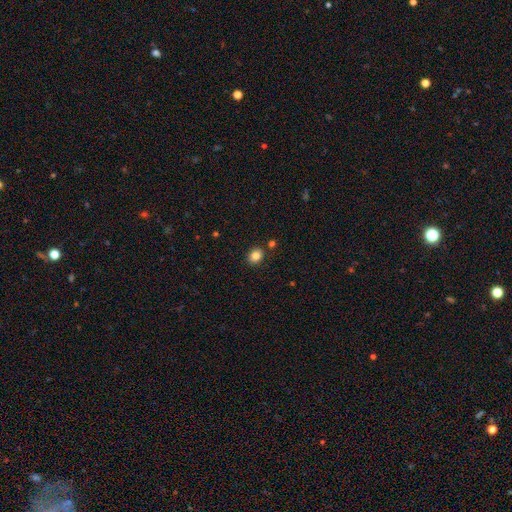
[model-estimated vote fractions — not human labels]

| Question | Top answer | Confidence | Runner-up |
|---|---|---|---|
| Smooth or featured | smooth | 84% | star or artifact (10%) |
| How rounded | round | 52% | in between (47%) |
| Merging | none | 83% | minor disturbance (9%) |